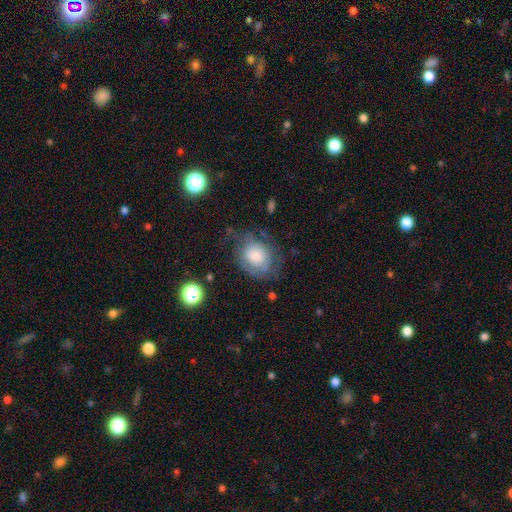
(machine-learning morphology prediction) smooth-or-featured: smooth: 51% | featured or disk: 40% | star or artifact: 9%
  how-rounded: round: 51% | in between: 47% | cigar-shaped: 1%
  merging: none: 47% | minor disturbance: 27% | major disturbance: 24% | merger: 2%